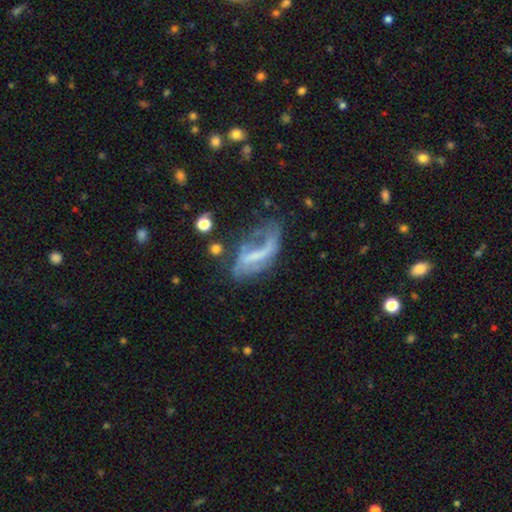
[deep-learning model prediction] Smooth or featured?
  - featured or disk: 64% *
  - smooth: 26%
  - star or artifact: 10%
Edge-on disk?
  - no: 90% *
  - yes: 10%
Bar?
  - strong: 39% *
  - weak: 33%
  - no: 28%
Spiral arms?
  - yes: 62% *
  - no: 38%
Bulge size?
  - none: 52% *
  - small: 25%
  - moderate: 17%
  - large: 4%
  - dominant: 1%
Merging?
  - major disturbance: 36% *
  - none: 32%
  - minor disturbance: 23%
  - merger: 8%